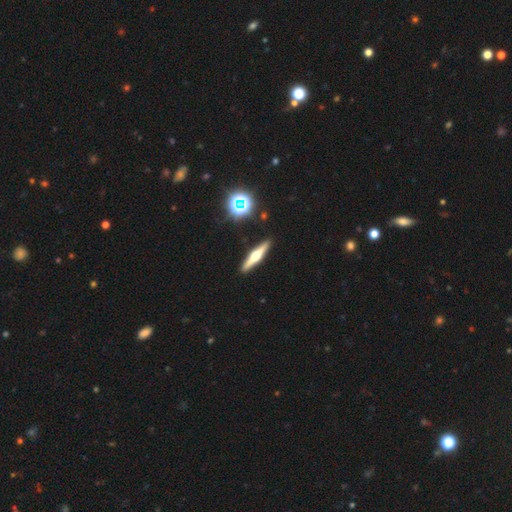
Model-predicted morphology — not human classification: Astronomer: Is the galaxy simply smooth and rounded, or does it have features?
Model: featured or disk — 67%.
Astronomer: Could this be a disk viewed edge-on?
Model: yes — 97%.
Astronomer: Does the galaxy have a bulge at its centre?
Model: rounded — 94%.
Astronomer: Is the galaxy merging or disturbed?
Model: none — 92%.